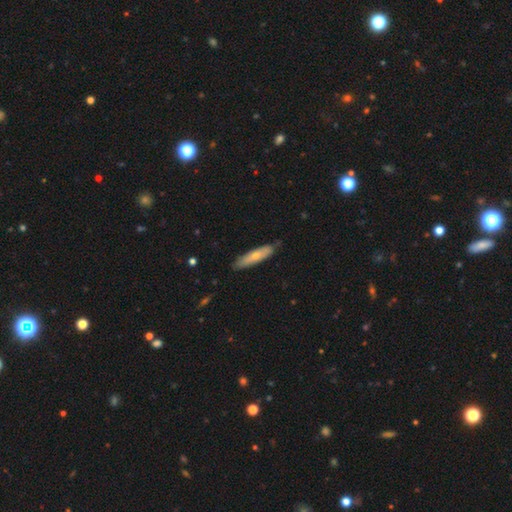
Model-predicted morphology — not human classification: smooth-or-featured: smooth: 61% | featured or disk: 33% | star or artifact: 6%
  how-rounded: cigar-shaped: 78% | in between: 20% | round: 2%
  merging: none: 80% | minor disturbance: 16% | major disturbance: 2% | merger: 1%